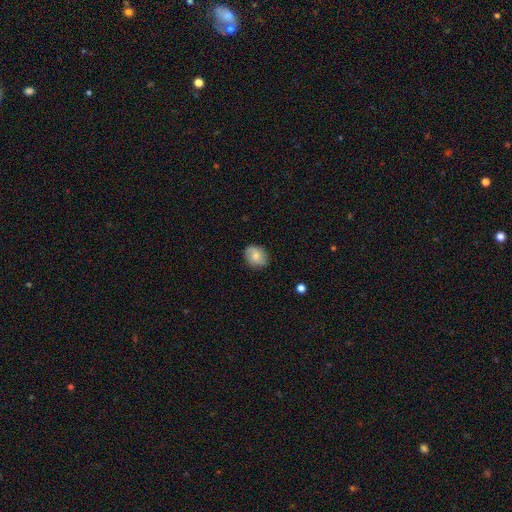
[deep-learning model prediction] Overall: smooth (63%; featured or disk 29%). How rounded: round (57%; in between 42%). Merging: none (81%).